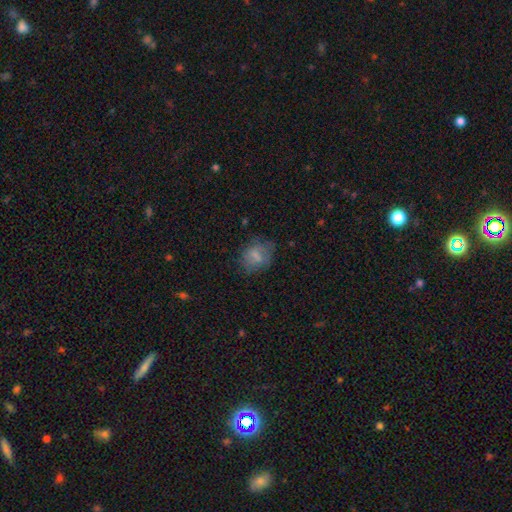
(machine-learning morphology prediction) The model was most divided on "how rounded": in between: 53%, round: 45%, cigar-shaped: 2%. More confident: smooth or featured — smooth (68%); merging — none (60%).